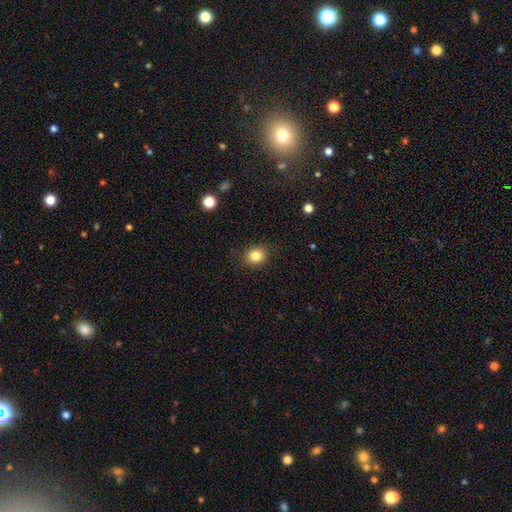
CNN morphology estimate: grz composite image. It shows a smooth galaxy with no disk features (83%) that is round (69%). Merging: none (86%).